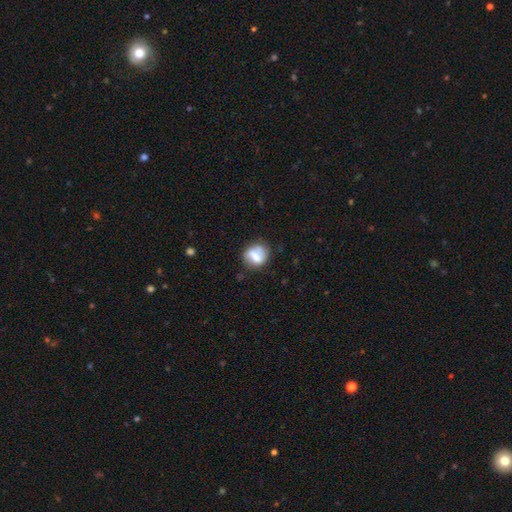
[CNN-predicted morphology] This is possibly a smooth galaxy (54%). How rounded: likely round (67%). Merging: likely none (66%).